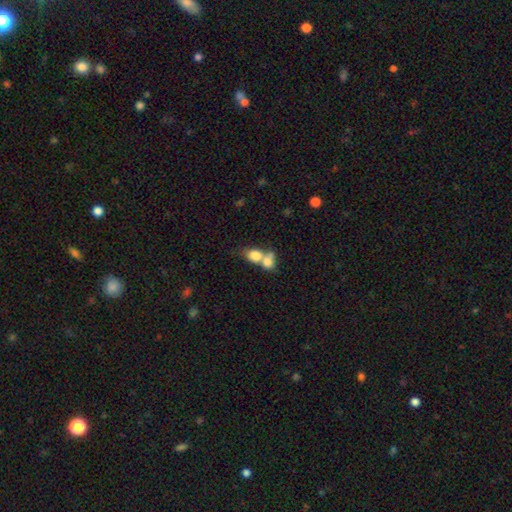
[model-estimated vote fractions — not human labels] Smooth or featured: smooth — 78% (featured or disk — 14%)
How rounded: in between — 57% (round — 41%)
Merging: merger — 72% (none — 18%)